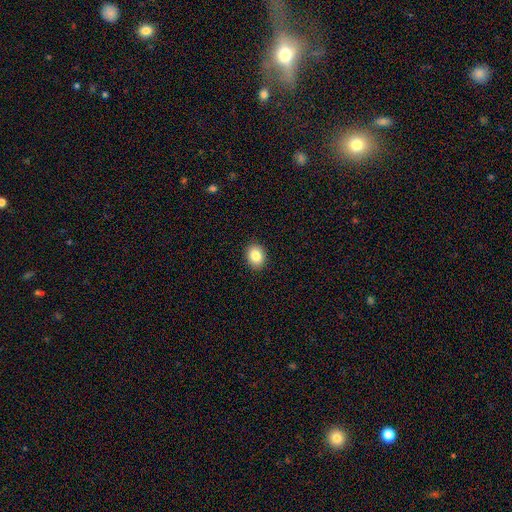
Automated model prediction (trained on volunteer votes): smooth 85%, star or artifact 8%, featured or disk 7%. Down the decision tree: how rounded — in between (59%); merging — none (90%).